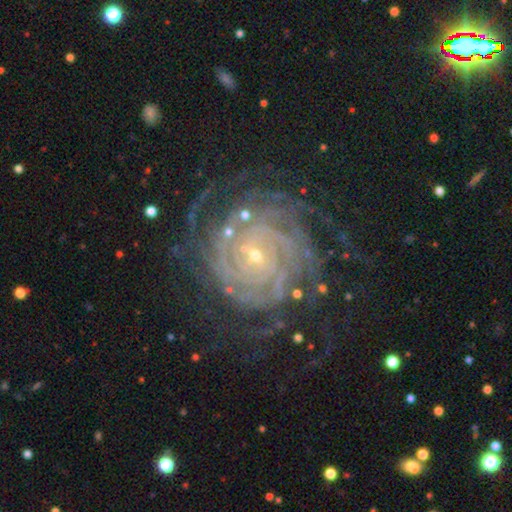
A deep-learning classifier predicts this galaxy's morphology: type=featured or disk (91%); edge-on=no (98%); bar=no (54%); spiral arms=yes (98%); winding=tight (82%); arm count=more than 4 (25%); bulge=small (79%); merging=none (73%).